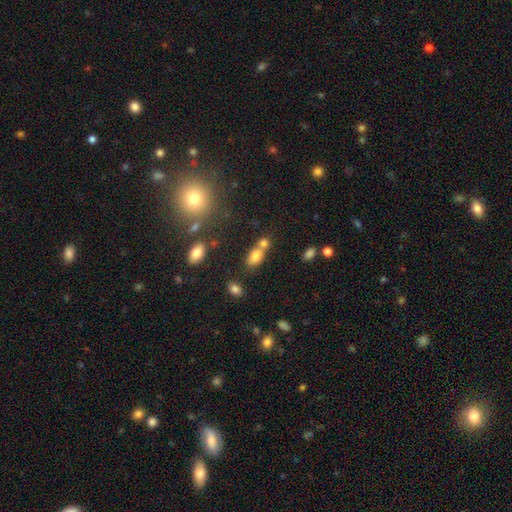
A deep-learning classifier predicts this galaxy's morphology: Overall: smooth (77%). How rounded: in between (82%). Merging: merger (46%; none 38%).